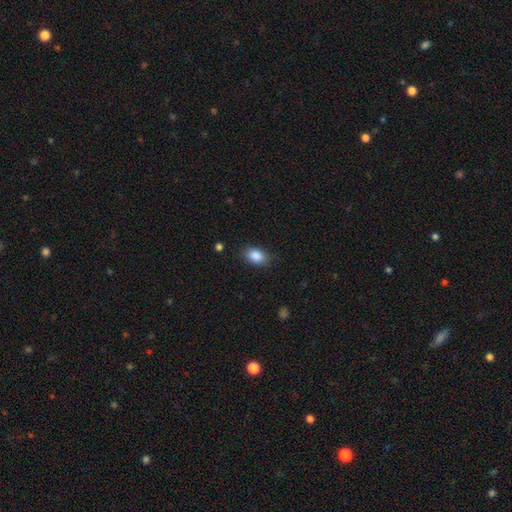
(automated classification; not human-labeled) Smooth or featured: smooth — 88% (star or artifact — 7%)
How rounded: in between — 89% (round — 10%)
Merging: none — 84% (minor disturbance — 12%)